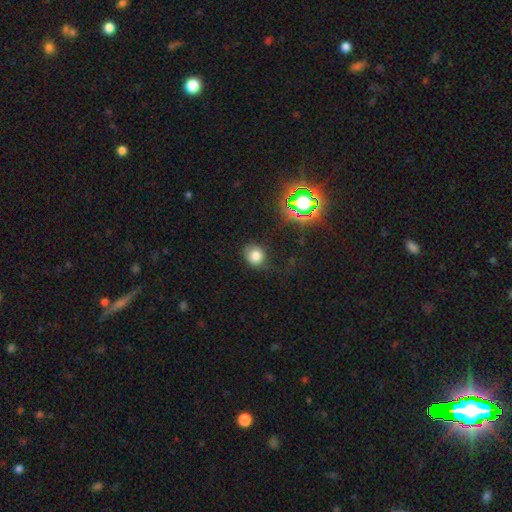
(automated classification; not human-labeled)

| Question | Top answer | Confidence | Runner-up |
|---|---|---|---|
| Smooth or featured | smooth | 76% | star or artifact (16%) |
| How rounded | round | 76% | in between (23%) |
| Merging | none | 70% | minor disturbance (21%) |